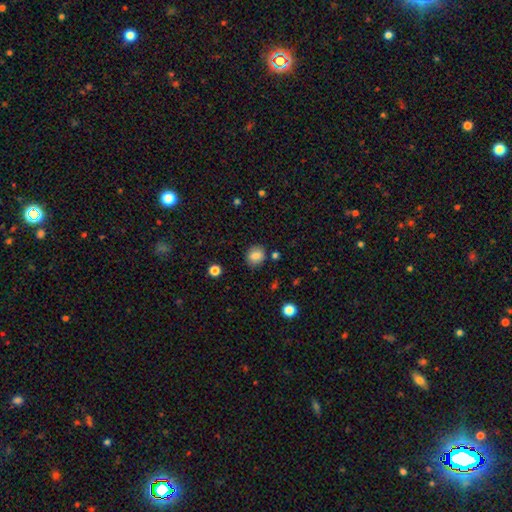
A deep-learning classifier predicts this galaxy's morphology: This is clearly a smooth galaxy (84%). How rounded: likely round (71%). Merging: clearly none (84%).